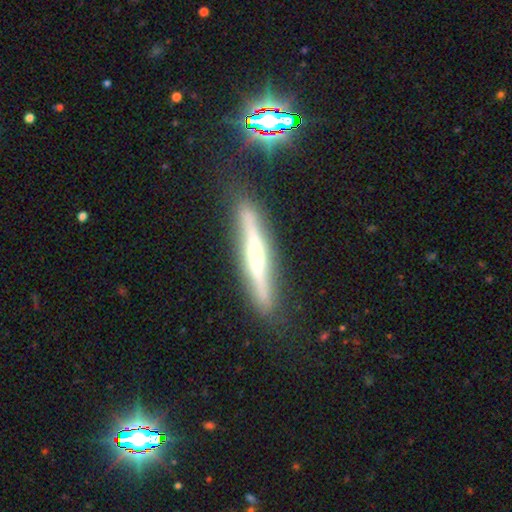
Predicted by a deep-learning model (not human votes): Morphology: type=featured or disk (71%); edge-on=yes (94%); edge-on bulge=rounded (75%); merging=none (83%).